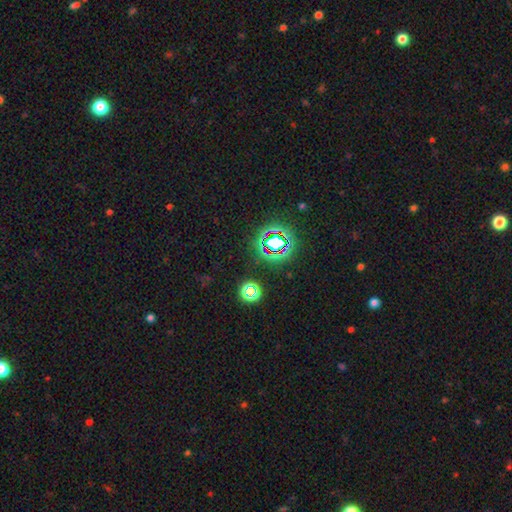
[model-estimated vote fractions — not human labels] Overall: star or artifact (64%; smooth 25%).